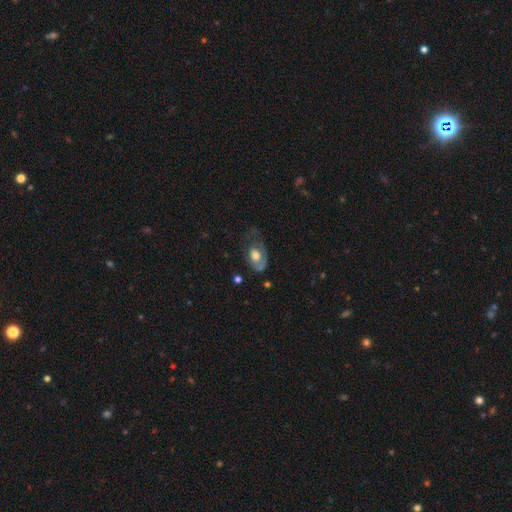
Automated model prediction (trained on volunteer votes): The model was most divided on "smooth or featured": smooth: 48%, featured or disk: 45%, star or artifact: 7%. Remaining: merging — major disturbance (37%).